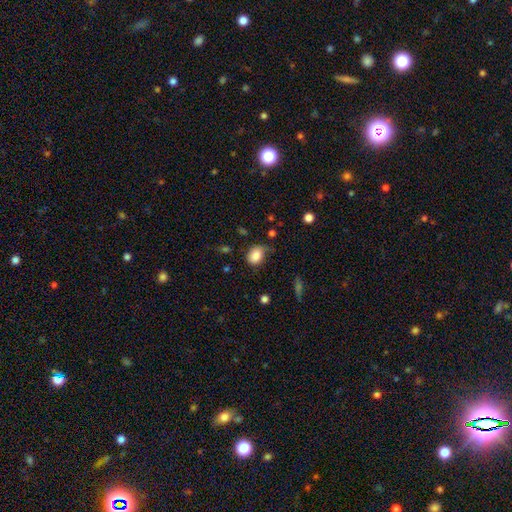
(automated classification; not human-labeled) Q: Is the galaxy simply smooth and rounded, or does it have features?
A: smooth — 85%.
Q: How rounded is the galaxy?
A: in between — 64%.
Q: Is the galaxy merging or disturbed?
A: none — 58%.